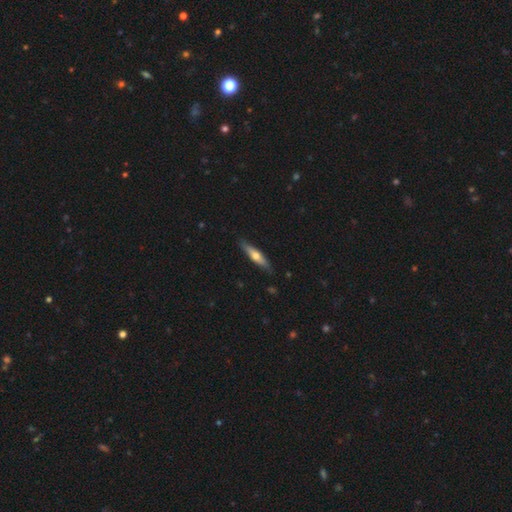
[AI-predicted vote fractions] smooth 48%, featured or disk 47%, star or artifact 5%. Down the decision tree: merging — none (85%).